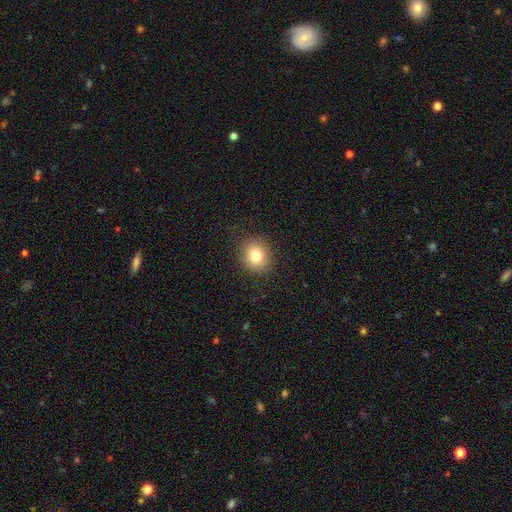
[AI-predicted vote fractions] Smooth or featured? smooth (81%)
How rounded? round (75%)
Merging? none (89%)